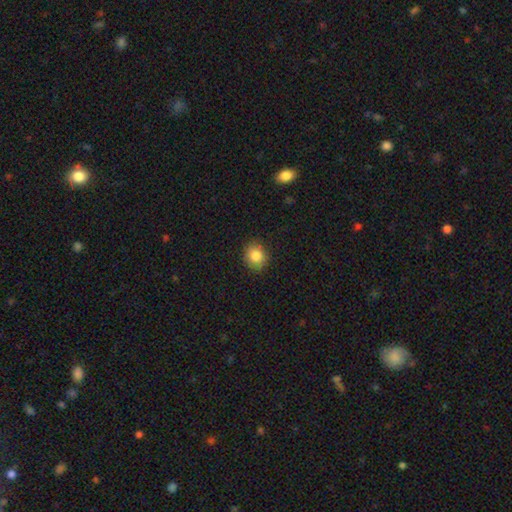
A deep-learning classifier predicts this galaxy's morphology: Smooth or featured? smooth (85%)
How rounded? round (67%)
Merging? none (87%)